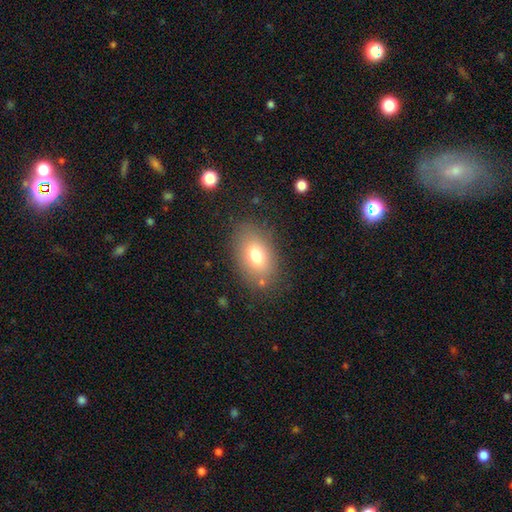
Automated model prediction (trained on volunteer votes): Smooth or featured?
  - smooth: 74% *
  - featured or disk: 15%
  - star or artifact: 11%
How rounded?
  - in between: 86% *
  - round: 12%
  - cigar-shaped: 2%
Merging?
  - none: 79% *
  - minor disturbance: 13%
  - major disturbance: 5%
  - merger: 3%